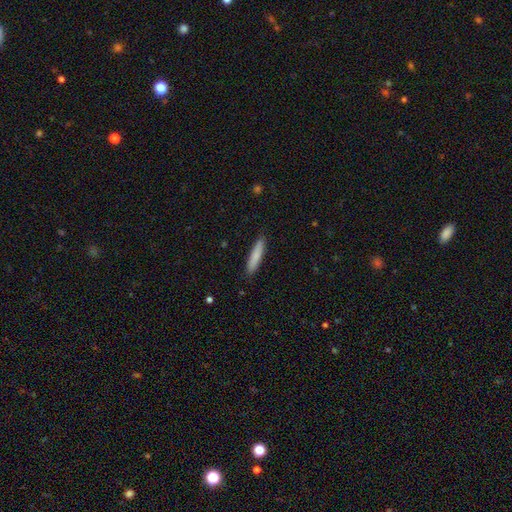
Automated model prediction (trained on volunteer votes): The model was most divided on "smooth or featured": smooth: 81%, featured or disk: 13%, star or artifact: 6%. More confident: how rounded — cigar-shaped (89%); merging — none (89%).